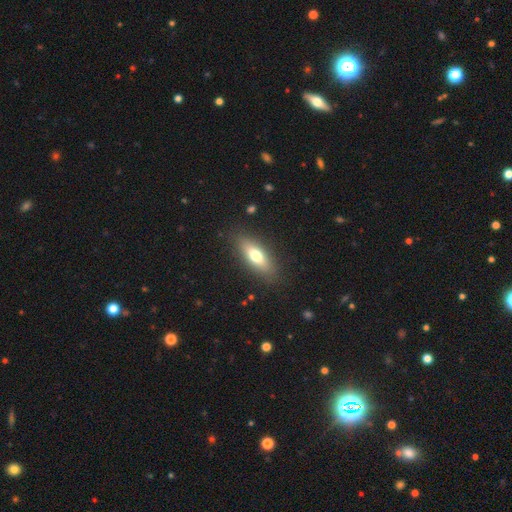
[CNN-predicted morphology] smooth-or-featured: smooth: 67% | featured or disk: 26% | star or artifact: 7%
  how-rounded: in between: 67% | cigar-shaped: 30% | round: 3%
  merging: none: 86% | minor disturbance: 10% | major disturbance: 3% | merger: 1%